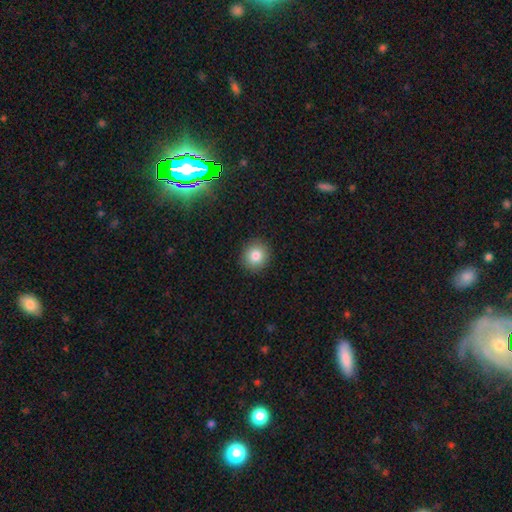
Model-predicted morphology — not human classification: Smooth or featured? Predicted: smooth (p=0.82). How rounded? Predicted: round (p=0.85). Merging? Predicted: none (p=0.91).